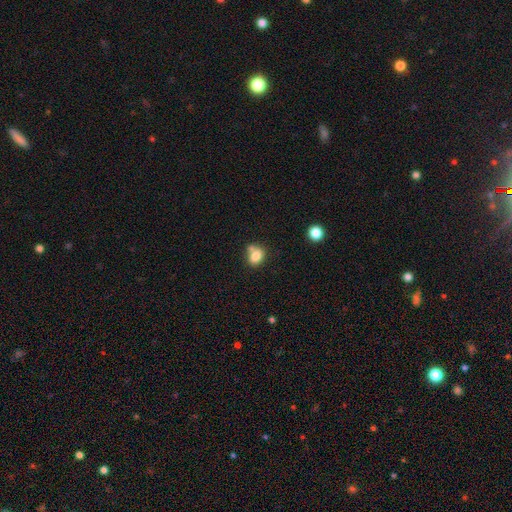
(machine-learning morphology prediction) Smooth or featured? Predicted: smooth (p=0.79). How rounded? Predicted: round (p=0.50). Merging? Predicted: none (p=0.48).